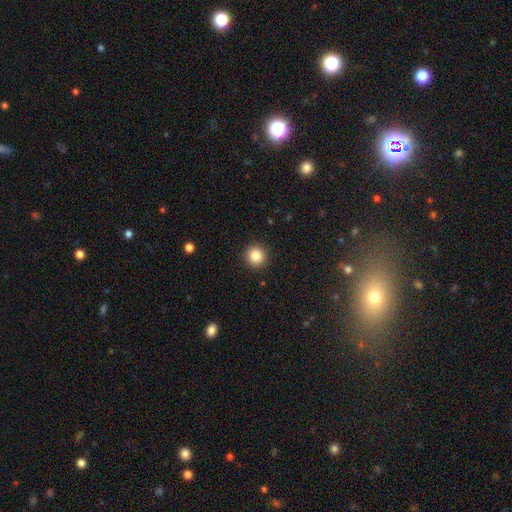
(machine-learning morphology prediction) Smooth or featured: smooth — 84% (star or artifact — 10%)
How rounded: round — 94% (in between — 5%)
Merging: none — 92% (minor disturbance — 5%)